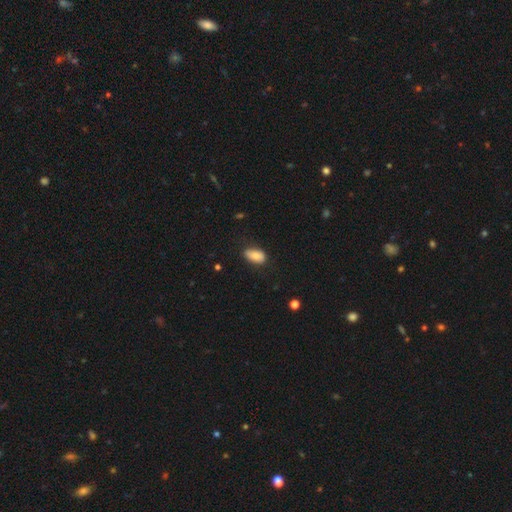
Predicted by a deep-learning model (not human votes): smooth 83%, featured or disk 9%, star or artifact 7%. Down the decision tree: how rounded — in between (92%); merging — none (75%).